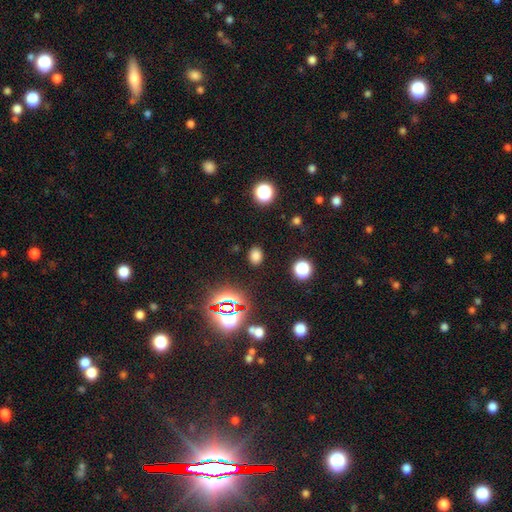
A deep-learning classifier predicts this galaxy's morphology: smooth 74%, star or artifact 21%, featured or disk 5%. Down the decision tree: how rounded — in between (59%); merging — none (87%).